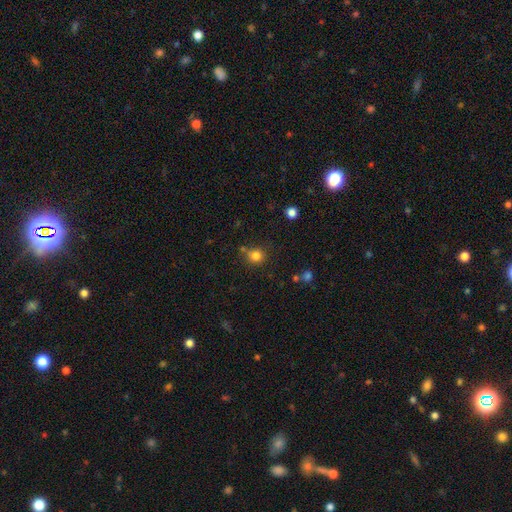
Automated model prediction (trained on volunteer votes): Overall: smooth (81%). How rounded: round (88%). Merging: none (74%).